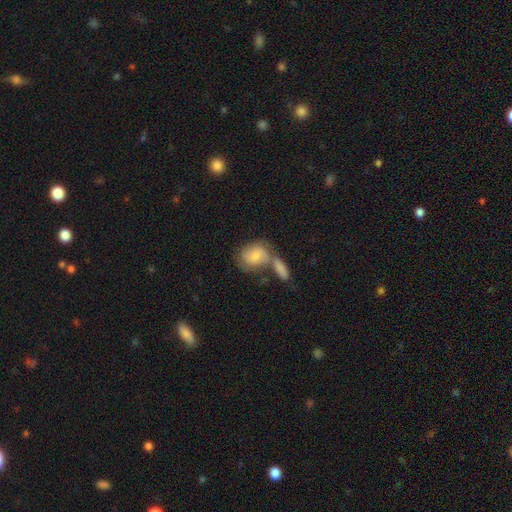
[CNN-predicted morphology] A smooth galaxy with no disk features (66%) that is in between round and cigar-shaped (68%). Merging: merger (52%).